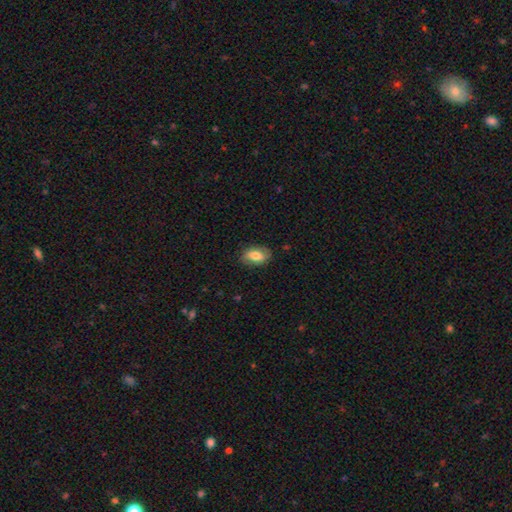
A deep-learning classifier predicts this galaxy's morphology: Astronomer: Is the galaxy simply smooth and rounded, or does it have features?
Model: smooth — 67%.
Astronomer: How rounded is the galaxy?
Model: in between — 88%.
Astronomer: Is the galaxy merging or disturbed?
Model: none — 81%.